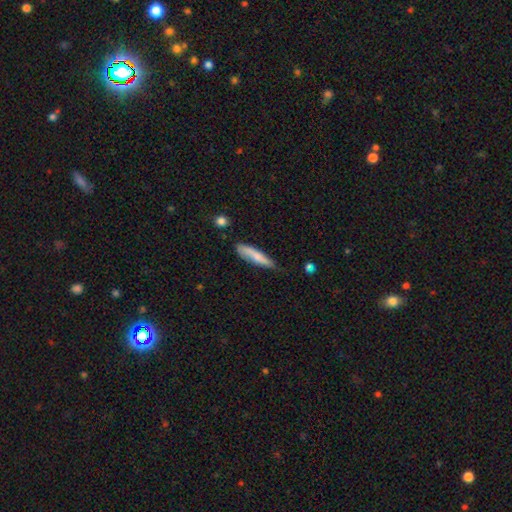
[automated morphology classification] smooth_or_featured: smooth (p=0.72) [alt: featured or disk p=0.22]
how_rounded: cigar-shaped (p=0.80) [alt: in between p=0.18]
merging: none (p=0.66) [alt: minor disturbance p=0.26]